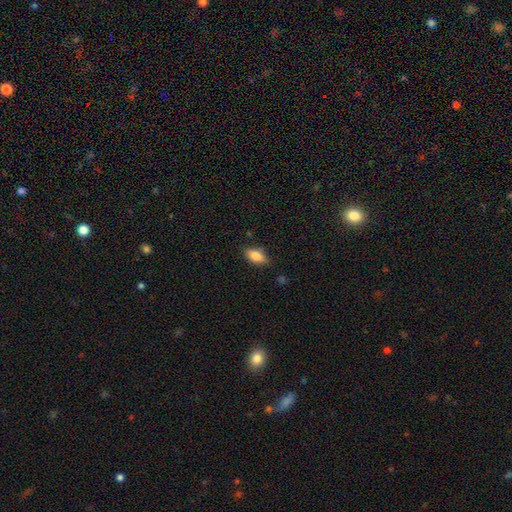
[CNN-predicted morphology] The model was most divided on "merging": none: 80%, minor disturbance: 15%, major disturbance: 3%, merger: 2%. More confident: how rounded — in between (88%); smooth or featured — smooth (83%).